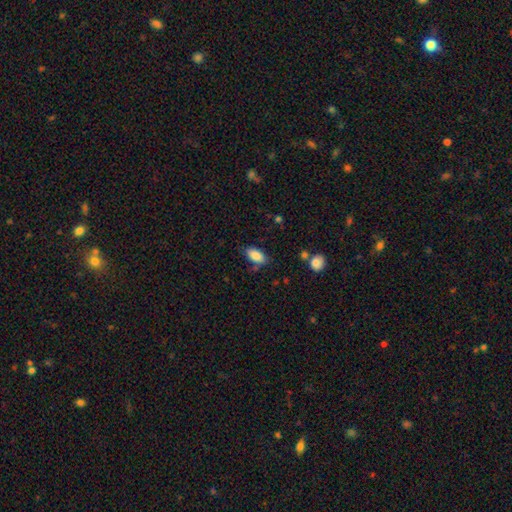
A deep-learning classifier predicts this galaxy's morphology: smooth 87%, star or artifact 7%, featured or disk 6%. Down the decision tree: how rounded — in between (91%); merging — none (76%).